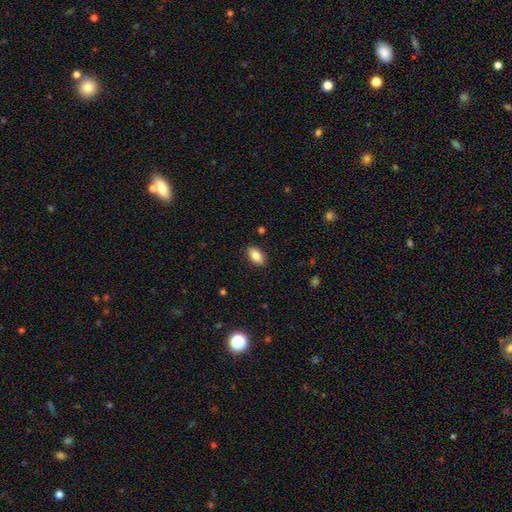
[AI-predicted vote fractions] This appears to be a smooth galaxy with no disk features (83%) that is in between round and cigar-shaped (91%). Merging: none (88%).